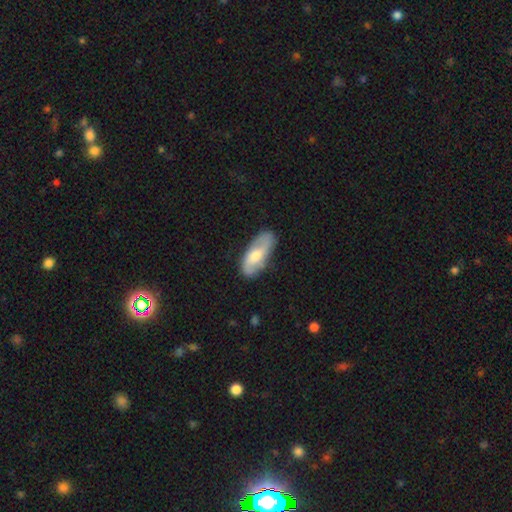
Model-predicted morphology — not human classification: This is possibly a featured or disk galaxy (50%). Merging: likely none (77%).